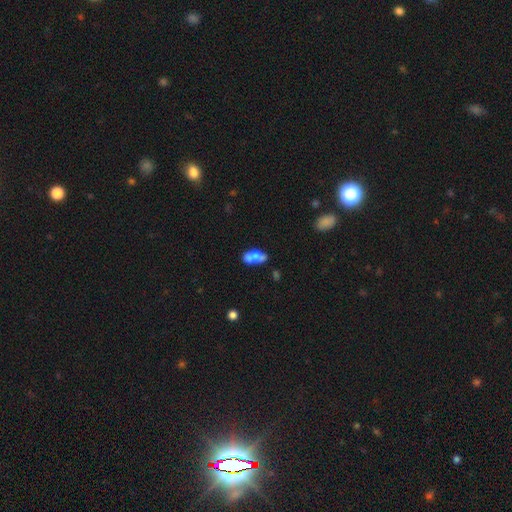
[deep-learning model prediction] Smooth or featured: smooth — 58% (featured or disk — 32%)
How rounded: in between — 70% (round — 17%)
Merging: merger — 62% (none — 21%)